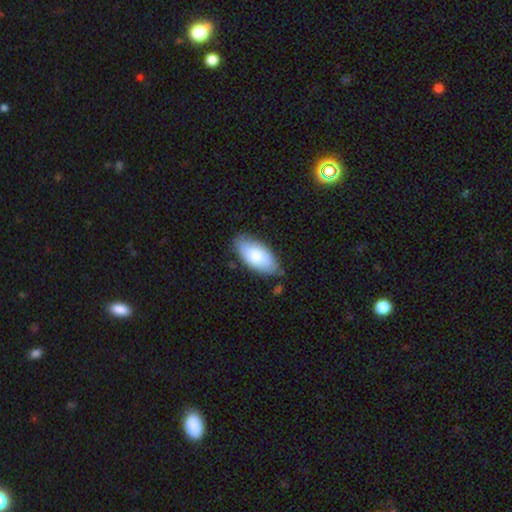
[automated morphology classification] Overall: smooth (76%). How rounded: in between (93%). Merging: none (76%).